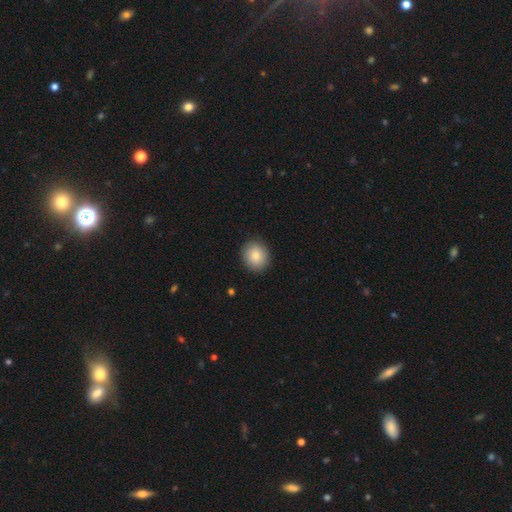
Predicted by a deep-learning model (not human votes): The model was most divided on "how rounded": round: 66%, in between: 33%, cigar-shaped: 1%. More confident: merging — none (89%); smooth or featured — smooth (86%).